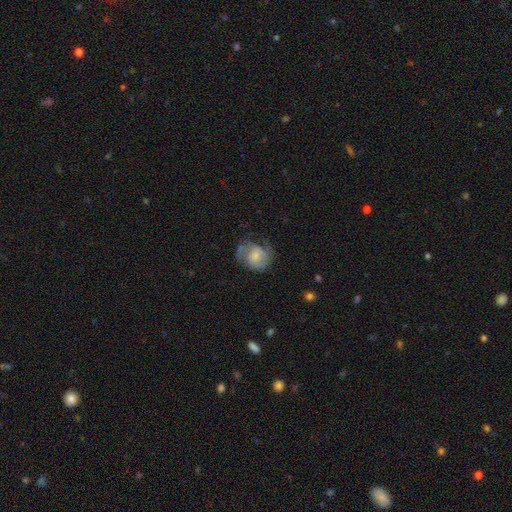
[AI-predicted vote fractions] smooth_or_featured: featured or disk (p=0.49) [alt: smooth p=0.44]
merging: none (p=0.45) [alt: minor disturbance p=0.28]